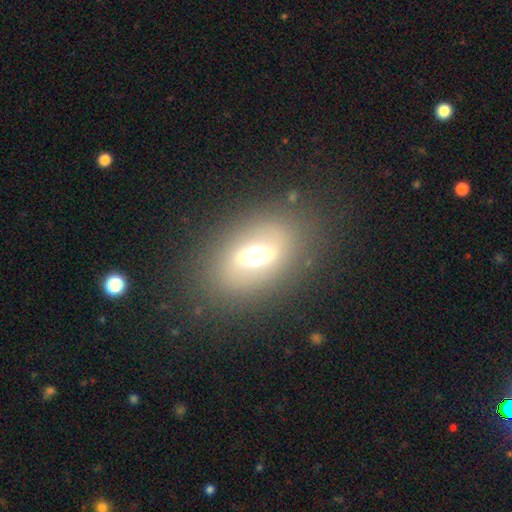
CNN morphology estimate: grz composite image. It shows a featured or disk galaxy (55%). Merging: none (79%).